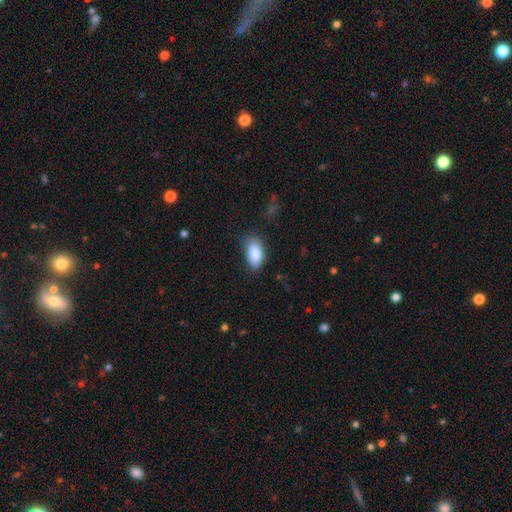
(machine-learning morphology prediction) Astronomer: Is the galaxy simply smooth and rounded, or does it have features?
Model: smooth — 85%.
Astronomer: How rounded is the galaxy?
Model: in between — 92%.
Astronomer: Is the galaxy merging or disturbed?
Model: none — 69%.